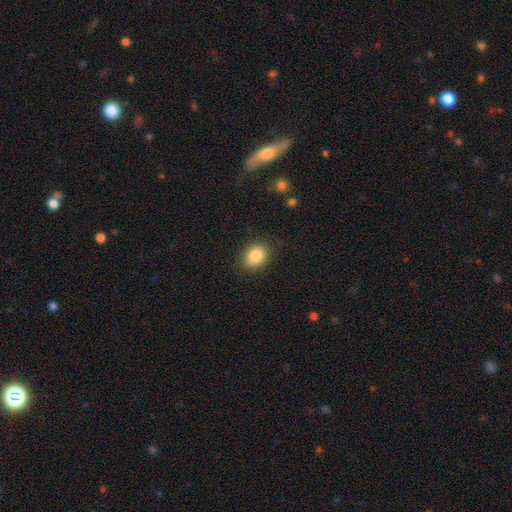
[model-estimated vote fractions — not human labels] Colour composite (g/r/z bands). It shows a smooth galaxy with no disk features (86%) that is in between round and cigar-shaped (58%). Merging: none (85%).